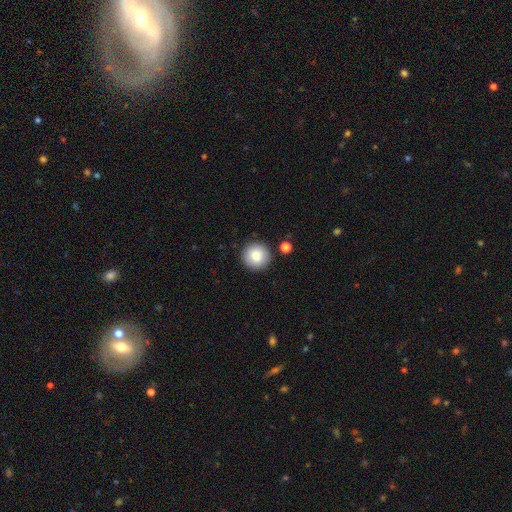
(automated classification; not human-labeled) A smooth galaxy with no disk features (86%) that is round (96%). Merging: none (89%).